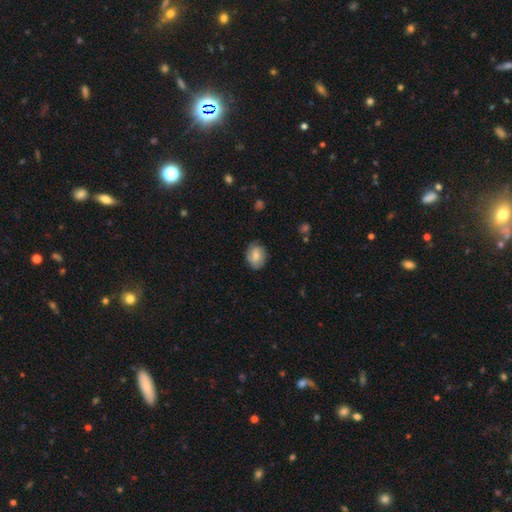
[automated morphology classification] Smooth or featured: smooth — 60% (featured or disk — 33%)
How rounded: in between — 60% (round — 39%)
Merging: none — 72% (minor disturbance — 22%)